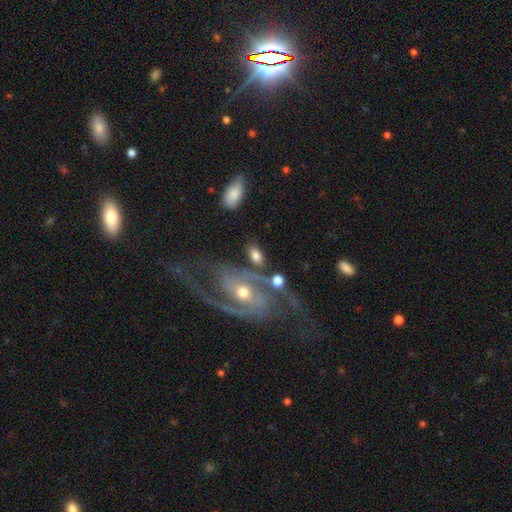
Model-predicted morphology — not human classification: smooth_or_featured: smooth (p=0.58) [alt: featured or disk p=0.34]
how_rounded: in between (p=0.87) [alt: round p=0.09]
merging: none (p=0.61) [alt: minor disturbance p=0.17]